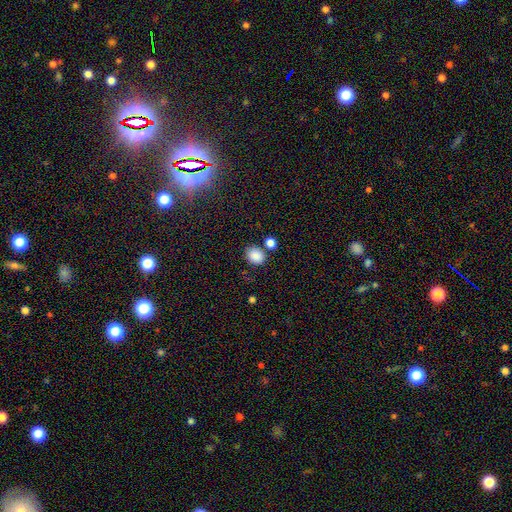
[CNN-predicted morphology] Smooth or featured: smooth — 86% (star or artifact — 9%)
How rounded: round — 50% (in between — 49%)
Merging: none — 72% (minor disturbance — 13%)